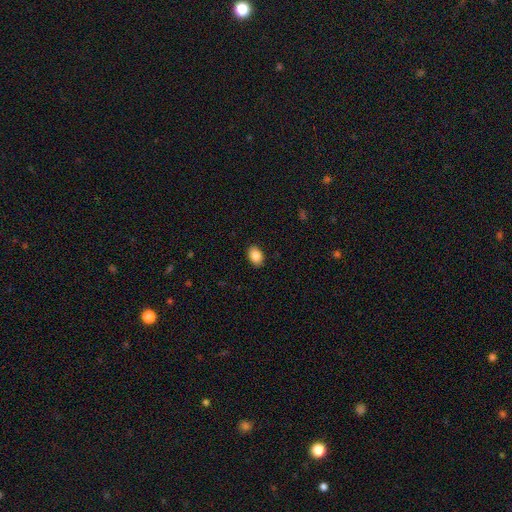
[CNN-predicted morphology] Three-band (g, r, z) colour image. It shows a smooth galaxy with no disk features (87%) that is in between round and cigar-shaped (83%). Merging: none (90%).